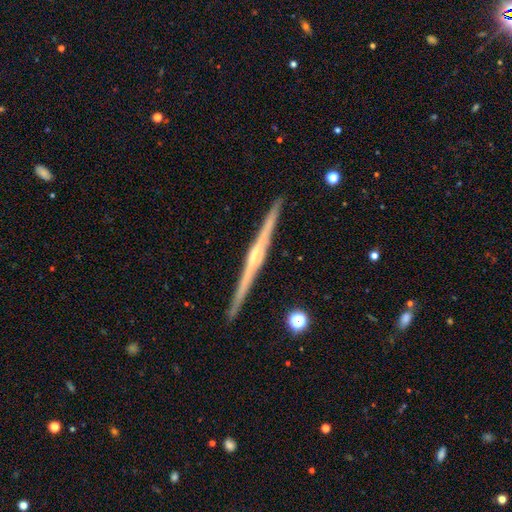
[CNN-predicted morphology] A featured or disk galaxy (83%) viewed edge-on (99%) with a rounded central bulge (63%).

Vote fractions:
- Smooth or featured? featured or disk: 83% / smooth: 12% / star or artifact: 5%
- Edge-on disk? yes: 99% / no: 1%
- Edge-on bulge? rounded: 63% / none: 24% / boxy: 13%
- Merging? none: 92% / minor disturbance: 5% / merger: 1% / major disturbance: 1%